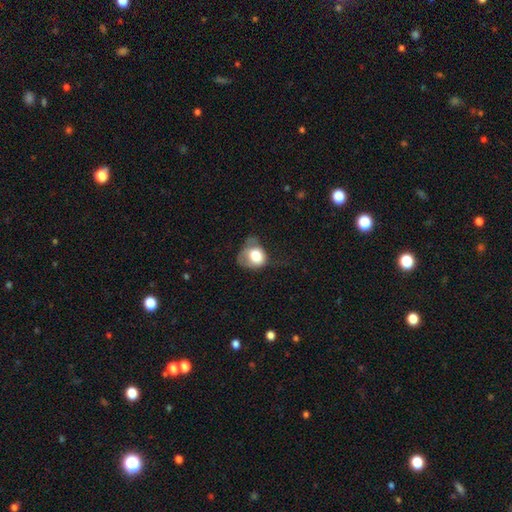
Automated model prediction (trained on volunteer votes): smooth-or-featured: smooth: 69% | featured or disk: 23% | star or artifact: 9%
  how-rounded: round: 54% | in between: 45% | cigar-shaped: 1%
  merging: major disturbance: 45% | minor disturbance: 33% | none: 20% | merger: 3%